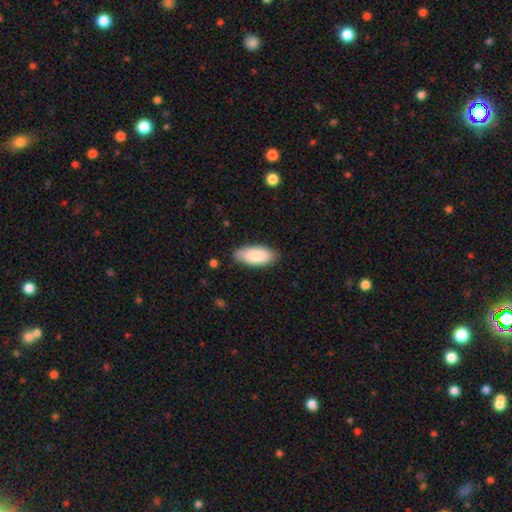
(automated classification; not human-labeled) Q: Smooth or featured?
A: smooth (86%); runner-up: featured or disk (8%)
Q: How rounded?
A: in between (89%); runner-up: cigar-shaped (9%)
Q: Merging?
A: none (85%); runner-up: minor disturbance (11%)